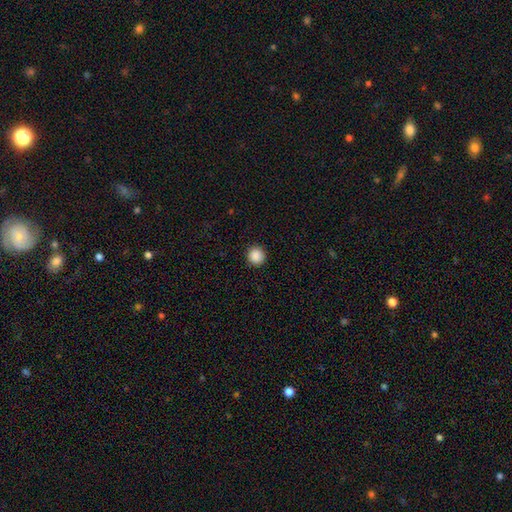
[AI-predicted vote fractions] This appears to be a smooth galaxy with no disk features (89%) that is round (94%). Merging: none (93%).